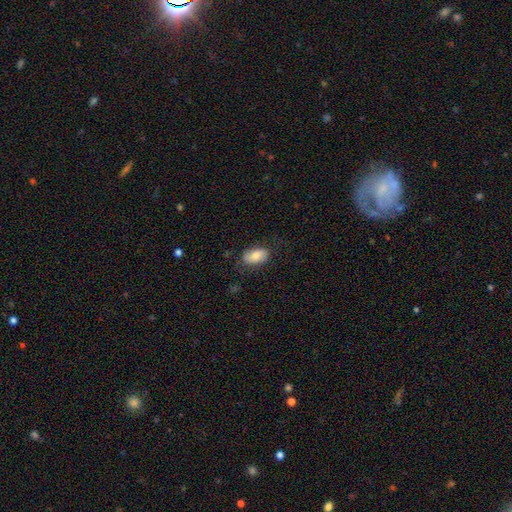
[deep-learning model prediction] smooth 79%, featured or disk 14%, star or artifact 7%. Down the decision tree: how rounded — in between (91%); merging — none (74%).